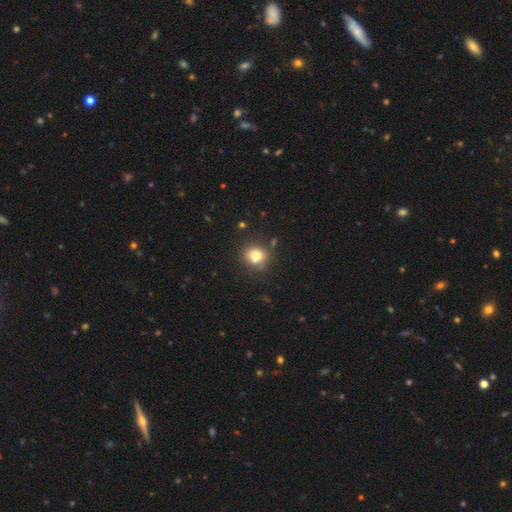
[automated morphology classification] smooth_or_featured: smooth (p=0.77) [alt: star or artifact p=0.12]
how_rounded: round (p=0.83) [alt: in between p=0.16]
merging: none (p=0.74) [alt: minor disturbance p=0.14]